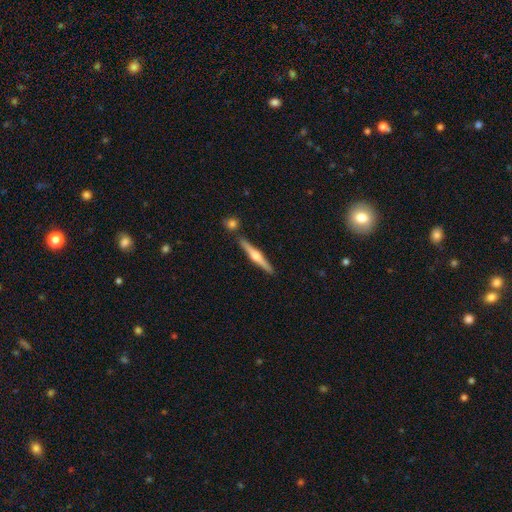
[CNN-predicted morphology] Smooth or featured?
  - featured or disk: 69% *
  - smooth: 26%
  - star or artifact: 5%
Edge-on disk?
  - yes: 98% *
  - no: 2%
Edge-on bulge?
  - rounded: 91% *
  - boxy: 5%
  - none: 4%
Merging?
  - none: 86% *
  - minor disturbance: 7%
  - merger: 5%
  - major disturbance: 2%